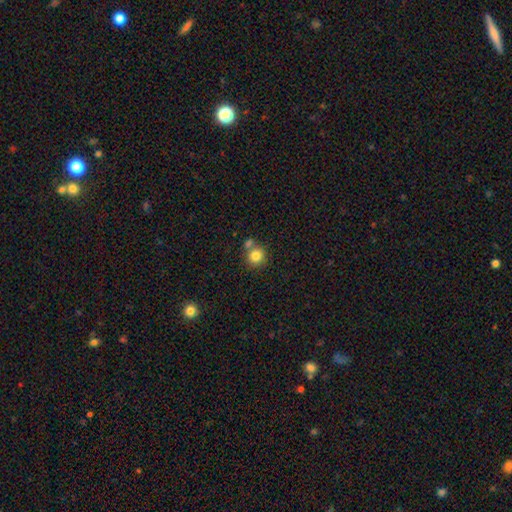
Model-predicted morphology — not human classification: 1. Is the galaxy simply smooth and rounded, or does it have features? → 82% smooth, 10% star or artifact, 8% featured or disk.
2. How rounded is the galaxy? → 88% round, 11% in between, 1% cigar-shaped.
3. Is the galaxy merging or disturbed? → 61% none, 26% merger, 9% minor disturbance, 3% major disturbance.